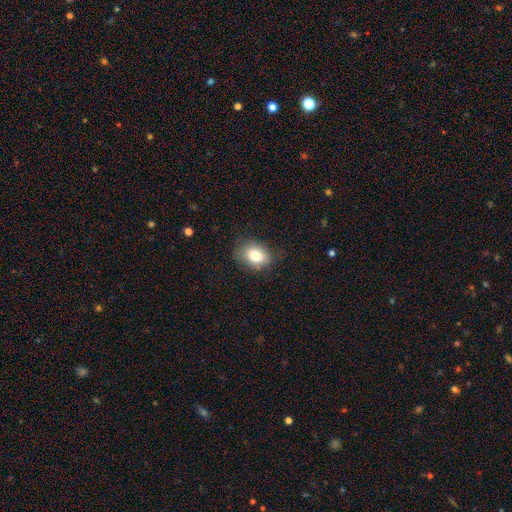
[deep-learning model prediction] Smooth or featured? smooth (77%)
How rounded? in between (64%)
Merging? none (75%)